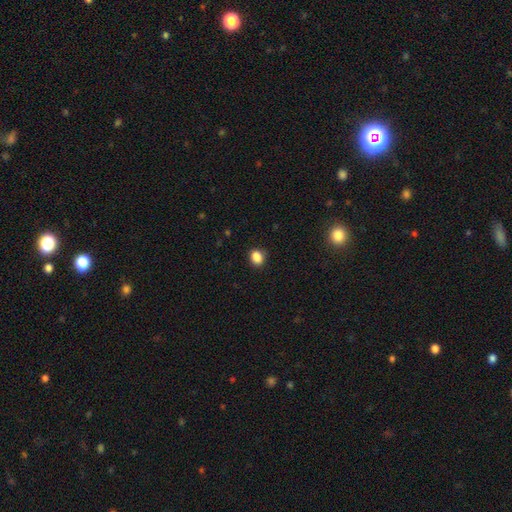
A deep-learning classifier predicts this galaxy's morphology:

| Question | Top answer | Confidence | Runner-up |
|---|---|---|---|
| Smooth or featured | smooth | 87% | star or artifact (11%) |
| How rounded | round | 50% | in between (49%) |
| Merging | none | 86% | minor disturbance (10%) |